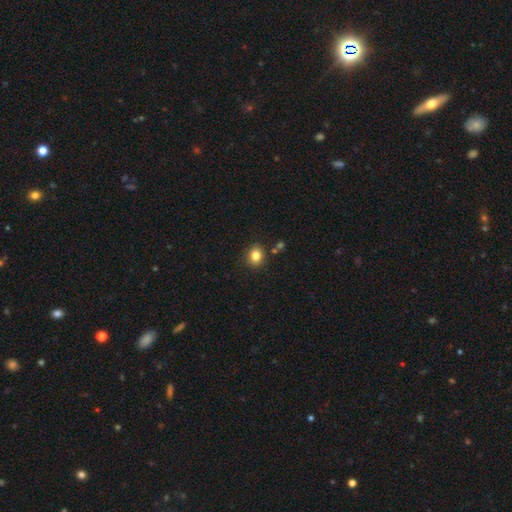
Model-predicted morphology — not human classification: Smooth or featured: smooth — 83% (star or artifact — 11%)
How rounded: round — 67% (in between — 32%)
Merging: none — 84% (minor disturbance — 9%)